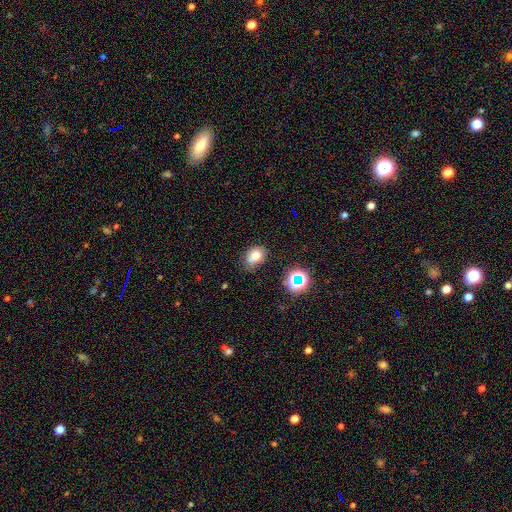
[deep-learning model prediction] smooth 73%, star or artifact 15%, featured or disk 11%. Down the decision tree: how rounded — in between (64%); merging — none (54%).